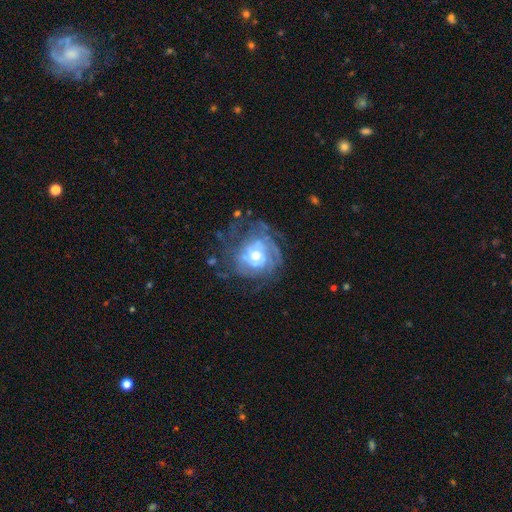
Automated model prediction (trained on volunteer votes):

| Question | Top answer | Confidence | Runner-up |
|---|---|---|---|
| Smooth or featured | featured or disk | 76% | smooth (16%) |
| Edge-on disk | no | 97% | yes (3%) |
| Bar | no | 74% | weak (21%) |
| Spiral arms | yes | 80% | no (20%) |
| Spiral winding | tight | 60% | medium (28%) |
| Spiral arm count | can't tell | 52% | 2 (16%) |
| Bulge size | moderate | 65% | small (22%) |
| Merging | none | 55% | major disturbance (22%) |